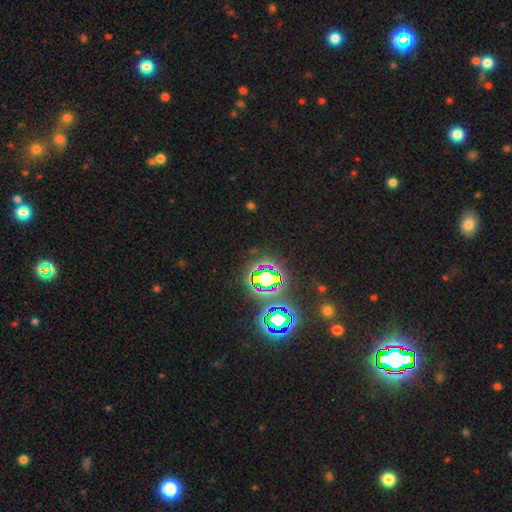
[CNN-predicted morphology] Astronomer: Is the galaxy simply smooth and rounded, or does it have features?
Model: star or artifact — 78%.